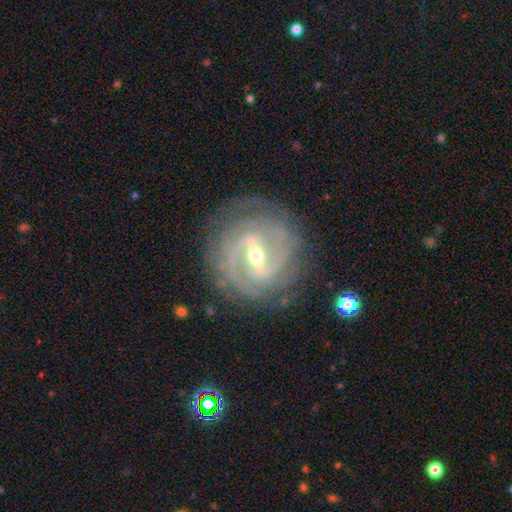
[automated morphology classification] Smooth or featured: featured or disk — 91% (star or artifact — 5%)
Edge-on disk: no — 95% (yes — 5%)
Bar: strong — 63% (weak — 30%)
Spiral arms: yes — 96% (no — 4%)
Spiral winding: tight — 73% (medium — 22%)
Spiral arm count: 2 — 30% (can't tell — 24%)
Bulge size: moderate — 58% (small — 37%)
Merging: none — 81% (minor disturbance — 13%)